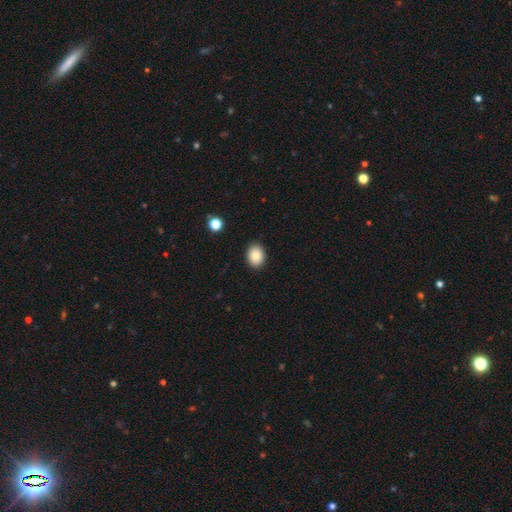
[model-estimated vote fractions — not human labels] smooth_or_featured: smooth (p=0.84) [alt: star or artifact p=0.09]
how_rounded: in between (p=0.63) [alt: round p=0.36]
merging: none (p=0.89) [alt: minor disturbance p=0.08]